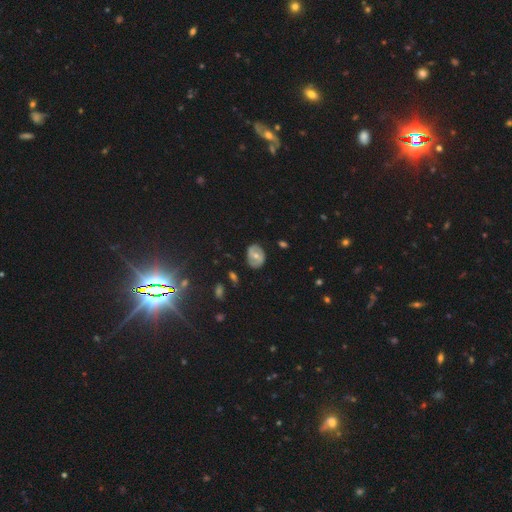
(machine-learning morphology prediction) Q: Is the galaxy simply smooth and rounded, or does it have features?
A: featured or disk — 53%.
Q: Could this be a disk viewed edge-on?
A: no — 95%.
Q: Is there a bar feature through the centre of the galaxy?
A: no — 51%.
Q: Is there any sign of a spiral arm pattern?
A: no — 57%.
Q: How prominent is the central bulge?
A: moderate — 64%.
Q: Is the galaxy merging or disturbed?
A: none — 77%.